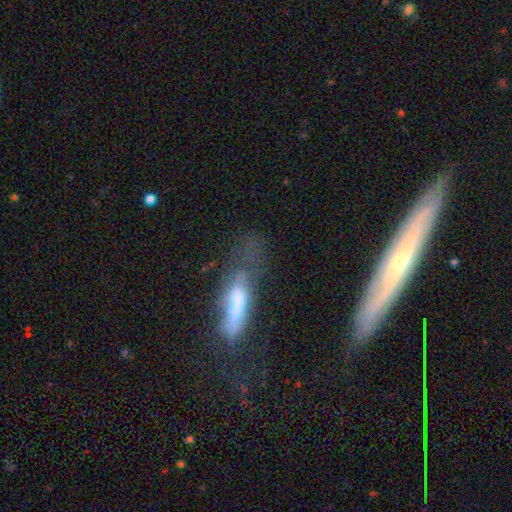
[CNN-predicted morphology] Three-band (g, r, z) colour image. It shows a featured or disk galaxy (47%). Merging: none (49%).